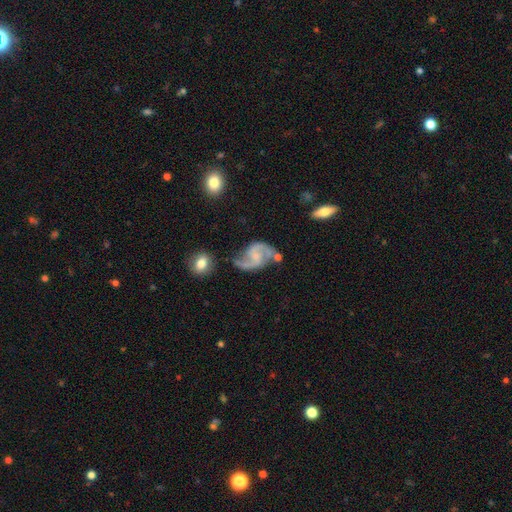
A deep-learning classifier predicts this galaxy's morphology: type=featured or disk (89%); edge-on=no (98%); bar=no (45%); spiral arms=yes (97%); winding=loose (52%); arm count=2 (93%); bulge=none (42%); merging=none (62%).